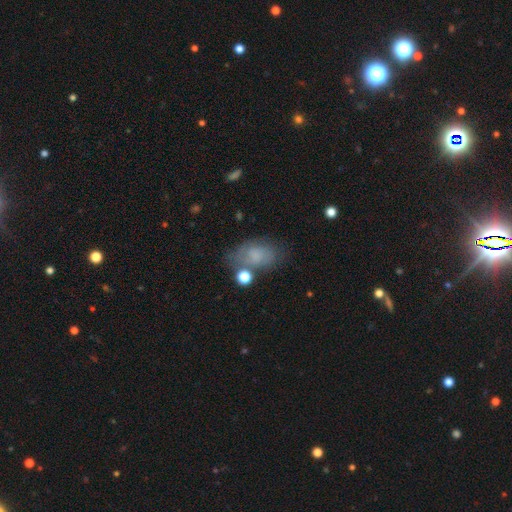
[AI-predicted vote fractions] Morphology: type=smooth (68%); roundness=in between (86%); merging=none (55%).